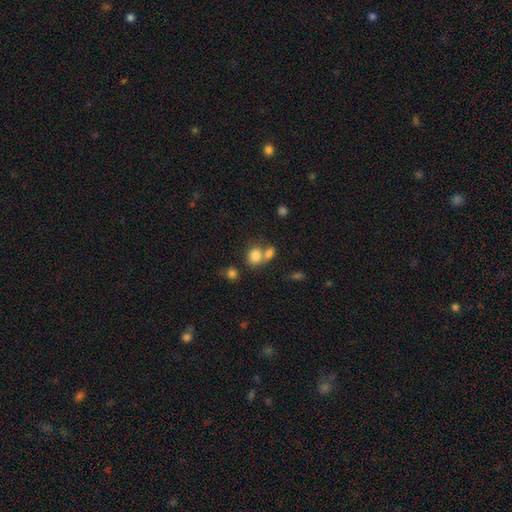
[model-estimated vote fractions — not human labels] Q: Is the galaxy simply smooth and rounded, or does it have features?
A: smooth — 80%.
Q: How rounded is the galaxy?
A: round — 52%.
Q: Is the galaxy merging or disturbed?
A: merger — 49%.